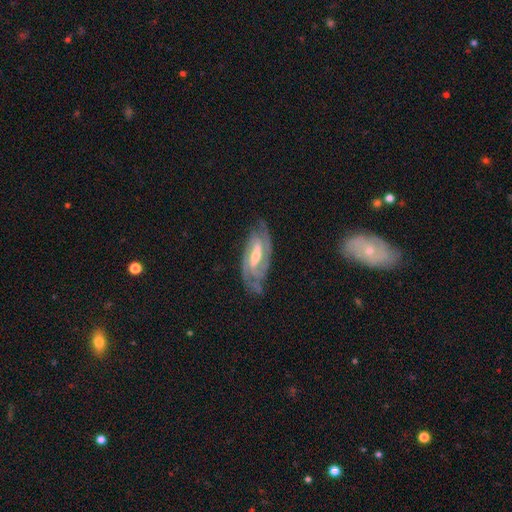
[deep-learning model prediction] A featured or disk galaxy (89%) with a weak bar (41%), 2 (67%) tight (57%) spiral arms (97%) and a moderate central bulge (57%). Merging: none (76%).